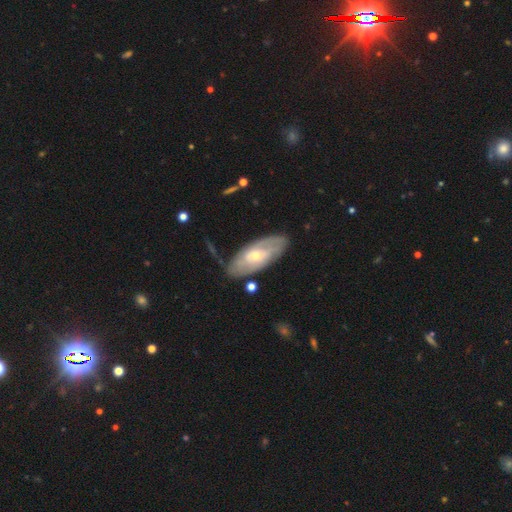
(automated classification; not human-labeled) Morphology: type=featured or disk (64%); edge-on=no (86%); bar=no (65%); spiral arms=yes (65%); bulge=small (55%); merging=none (73%).